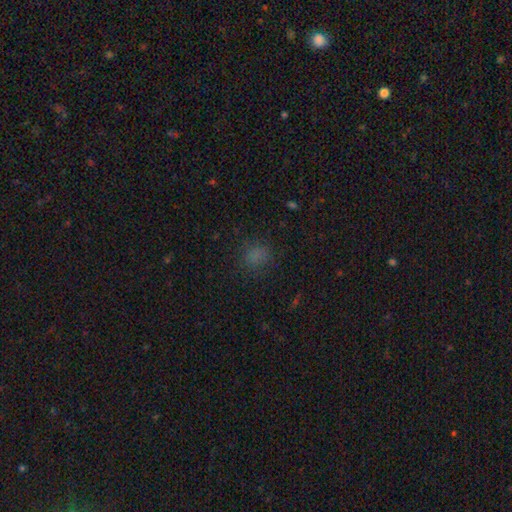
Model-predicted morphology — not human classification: Smooth or featured: smooth — 75% (star or artifact — 20%)
How rounded: round — 74% (in between — 25%)
Merging: none — 81% (minor disturbance — 13%)